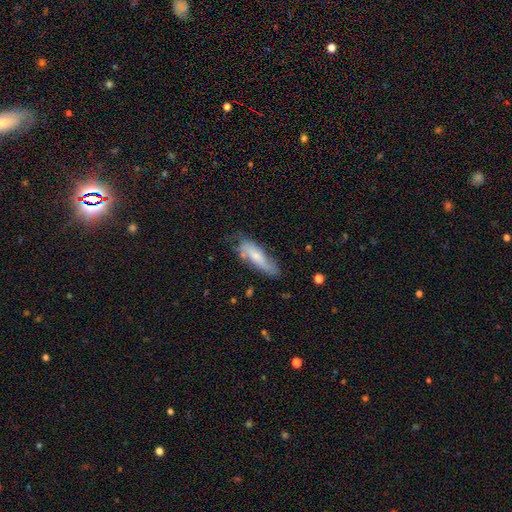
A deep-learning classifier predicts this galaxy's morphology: Q: Smooth or featured?
A: smooth (55%); runner-up: featured or disk (38%)
Q: How rounded?
A: cigar-shaped (50%); runner-up: in between (48%)
Q: Merging?
A: none (55%); runner-up: minor disturbance (30%)